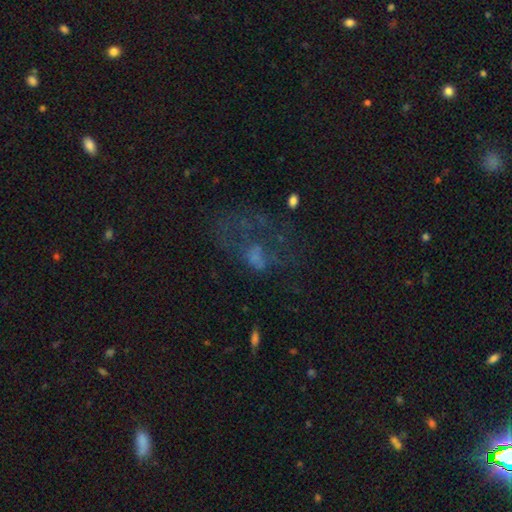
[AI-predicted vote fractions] Smooth or featured? featured or disk (43%)
Merging? major disturbance (53%)